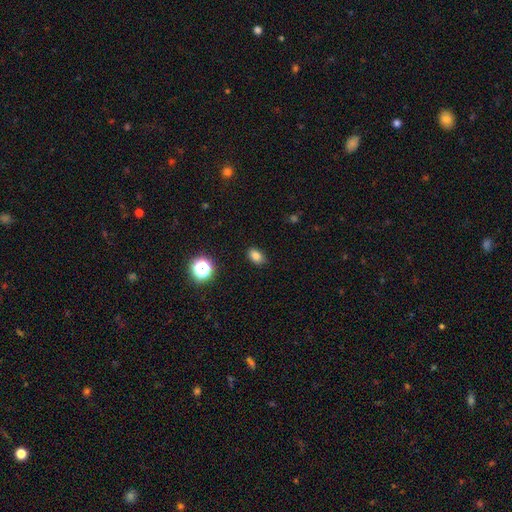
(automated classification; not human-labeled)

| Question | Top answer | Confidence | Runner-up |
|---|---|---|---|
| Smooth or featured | smooth | 80% | star or artifact (14%) |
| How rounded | in between | 81% | round (17%) |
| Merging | none | 86% | minor disturbance (10%) |